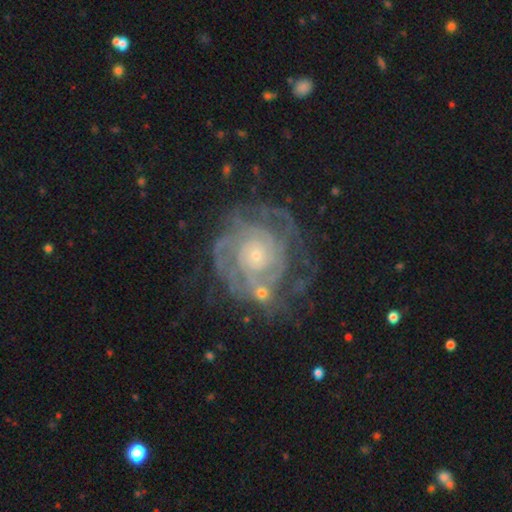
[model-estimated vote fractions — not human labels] Smooth or featured?
  - featured or disk: 83% *
  - smooth: 9%
  - star or artifact: 7%
Edge-on disk?
  - no: 97% *
  - yes: 3%
Bar?
  - no: 81% *
  - weak: 15%
  - strong: 4%
Spiral arms?
  - yes: 91% *
  - no: 9%
Spiral winding?
  - tight: 74% *
  - medium: 21%
  - loose: 5%
Spiral arm count?
  - can't tell: 39% *
  - 2: 17%
  - 3: 17%
  - 4: 14%
  - more than 4: 8%
  - 1: 6%
Bulge size?
  - small: 76% *
  - moderate: 18%
  - none: 2%
  - large: 2%
  - dominant: 1%
Merging?
  - none: 65% *
  - minor disturbance: 18%
  - major disturbance: 12%
  - merger: 5%